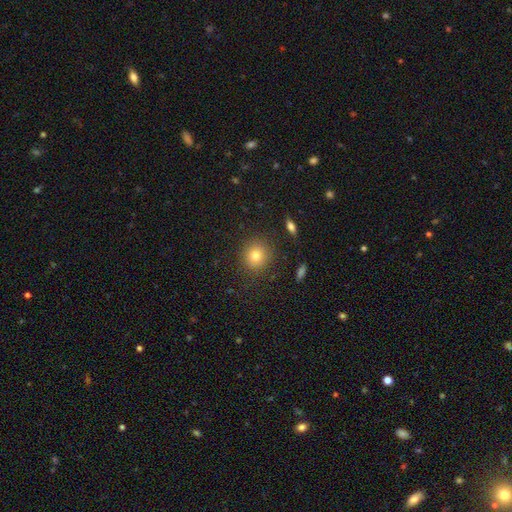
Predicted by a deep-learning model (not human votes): smooth-or-featured: smooth: 79% | star or artifact: 13% | featured or disk: 8%
  how-rounded: round: 89% | in between: 10% | cigar-shaped: 1%
  merging: none: 88% | minor disturbance: 7% | major disturbance: 3% | merger: 2%